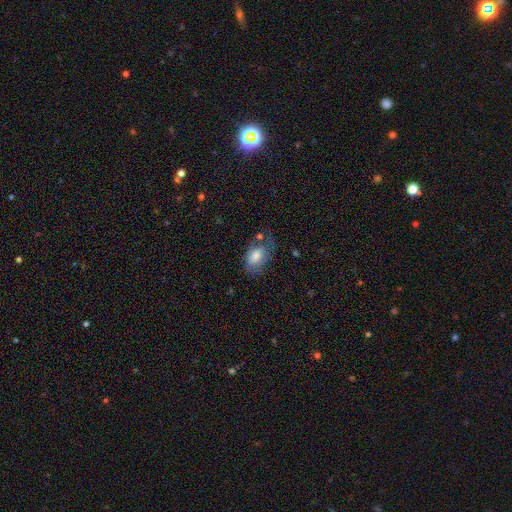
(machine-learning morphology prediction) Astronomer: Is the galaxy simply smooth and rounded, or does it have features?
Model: smooth — 66%.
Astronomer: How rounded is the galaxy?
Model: in between — 89%.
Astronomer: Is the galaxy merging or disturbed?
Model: none — 43% (runner-up: minor disturbance, 30%).